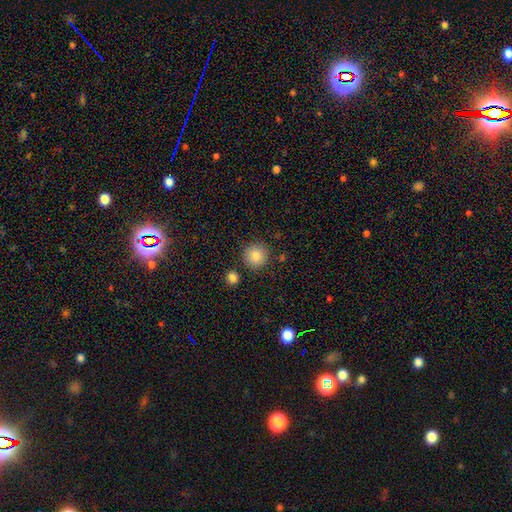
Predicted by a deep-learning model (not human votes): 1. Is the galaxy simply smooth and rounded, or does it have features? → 85% smooth, 9% star or artifact, 6% featured or disk.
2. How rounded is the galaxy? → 94% round, 5% in between, 1% cigar-shaped.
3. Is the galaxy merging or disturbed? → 87% none, 7% minor disturbance, 4% merger, 2% major disturbance.